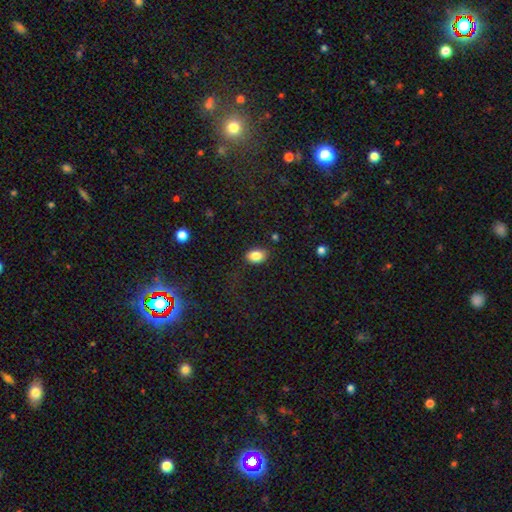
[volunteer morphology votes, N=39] A smooth galaxy with no disk features (82%) that is in between round and cigar-shaped (91%). Merging: none (89%).